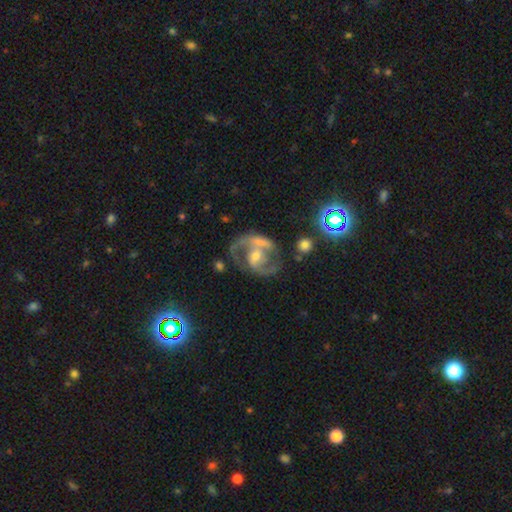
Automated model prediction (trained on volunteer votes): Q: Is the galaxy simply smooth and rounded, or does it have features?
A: featured or disk — 84%.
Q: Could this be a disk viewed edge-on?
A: no — 97%.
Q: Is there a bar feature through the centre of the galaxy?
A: no — 41%.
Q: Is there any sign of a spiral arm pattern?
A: yes — 92%.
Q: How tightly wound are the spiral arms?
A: medium — 57%.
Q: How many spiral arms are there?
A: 2 — 84%.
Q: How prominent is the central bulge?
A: moderate — 50%.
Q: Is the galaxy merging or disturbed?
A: none — 51%.